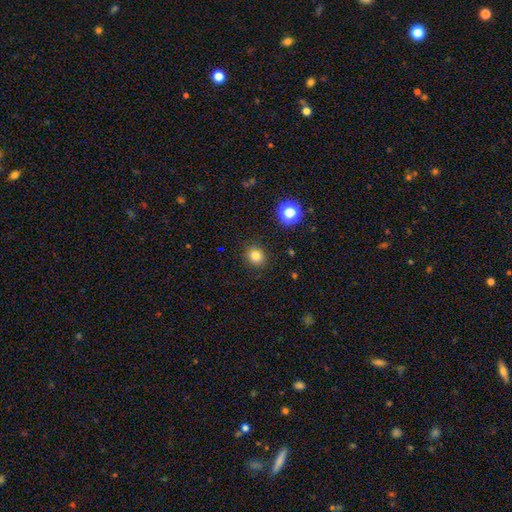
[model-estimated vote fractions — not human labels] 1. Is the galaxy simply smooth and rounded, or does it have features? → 81% smooth, 14% star or artifact, 6% featured or disk.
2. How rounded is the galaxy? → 74% round, 25% in between, 1% cigar-shaped.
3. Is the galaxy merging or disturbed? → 88% none, 8% minor disturbance, 2% major disturbance, 1% merger.